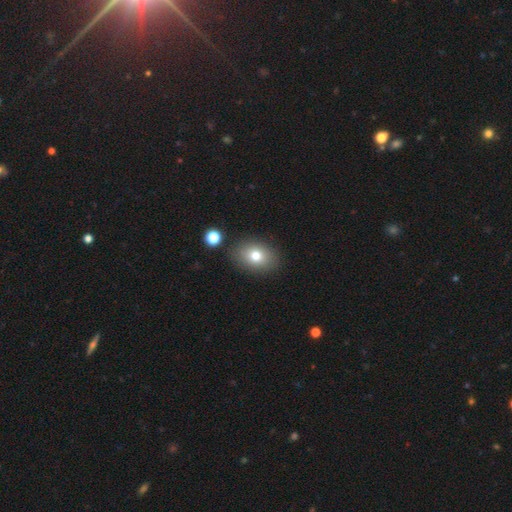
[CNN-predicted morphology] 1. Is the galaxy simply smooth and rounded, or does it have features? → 77% smooth, 13% featured or disk, 10% star or artifact.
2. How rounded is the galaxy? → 74% in between, 25% round, 1% cigar-shaped.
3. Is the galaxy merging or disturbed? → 83% none, 10% minor disturbance, 4% merger, 3% major disturbance.